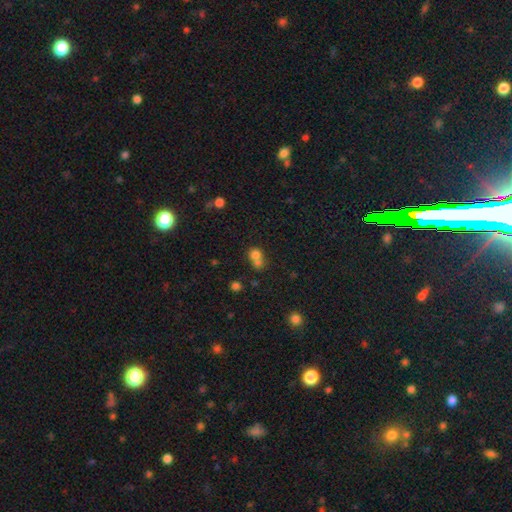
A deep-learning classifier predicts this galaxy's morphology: Overall: smooth (74%). How rounded: round (71%). Merging: merger (61%; none 29%).